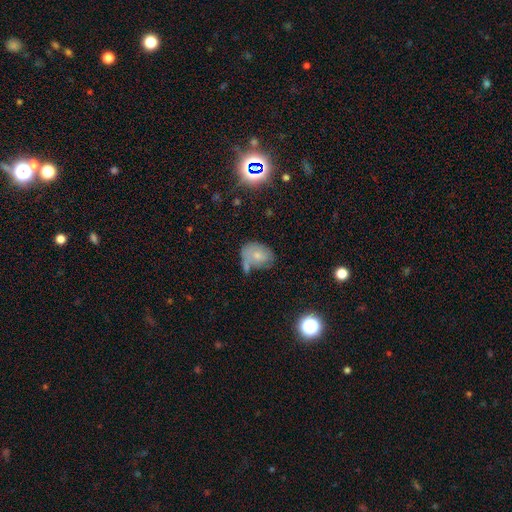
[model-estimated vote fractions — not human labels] A smooth galaxy with no disk features (63%) that is in between round and cigar-shaped (61%).

Vote fractions:
- Smooth or featured? smooth: 63% / featured or disk: 25% / star or artifact: 12%
- How rounded? in between: 61% / round: 38% / cigar-shaped: 1%
- Merging? none: 41% / minor disturbance: 25% / merger: 22% / major disturbance: 13%